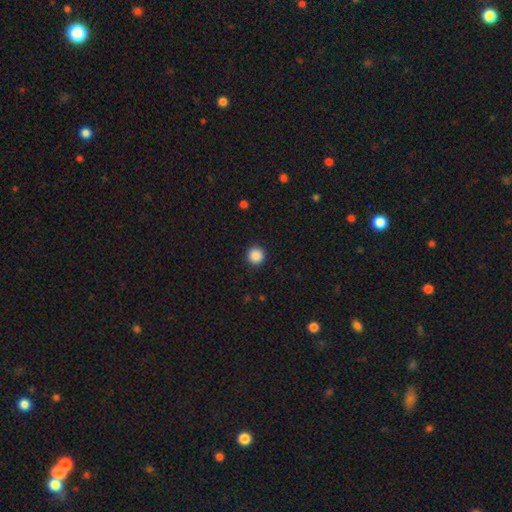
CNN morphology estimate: This appears to be a smooth galaxy with no disk features (88%) that is round (95%). Merging: none (92%).